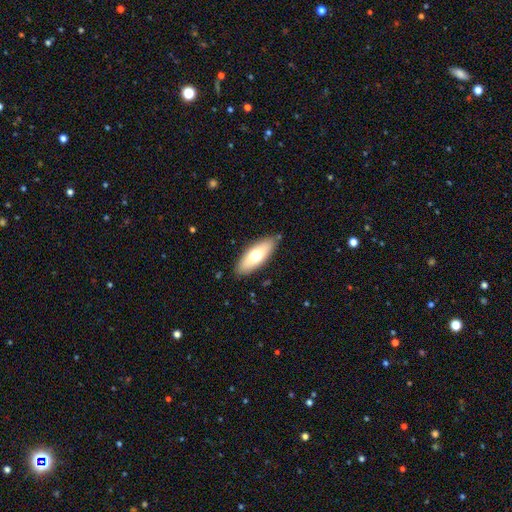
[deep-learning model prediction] Overall: smooth (66%; featured or disk 28%). How rounded: in between (70%). Merging: none (86%).